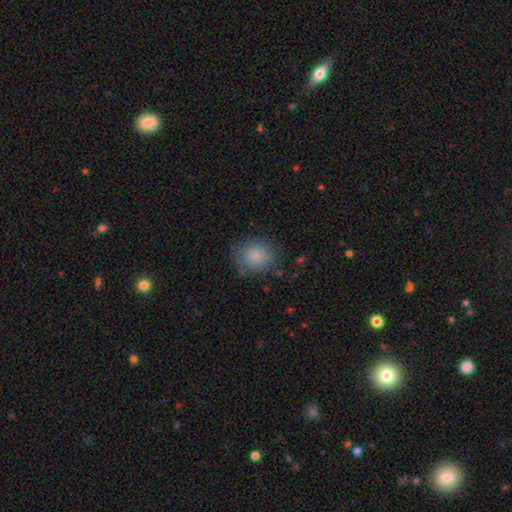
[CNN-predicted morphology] Smooth or featured? Predicted: smooth (p=0.84). How rounded? Predicted: round (p=0.66). Merging? Predicted: none (p=0.81).